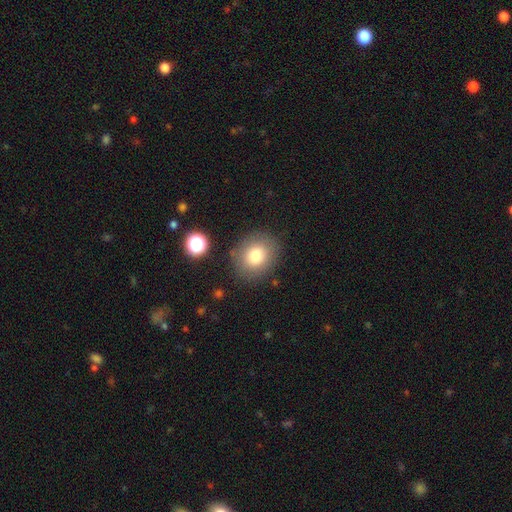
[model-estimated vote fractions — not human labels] Overall: smooth (78%). How rounded: round (68%; in between 31%). Merging: none (82%).